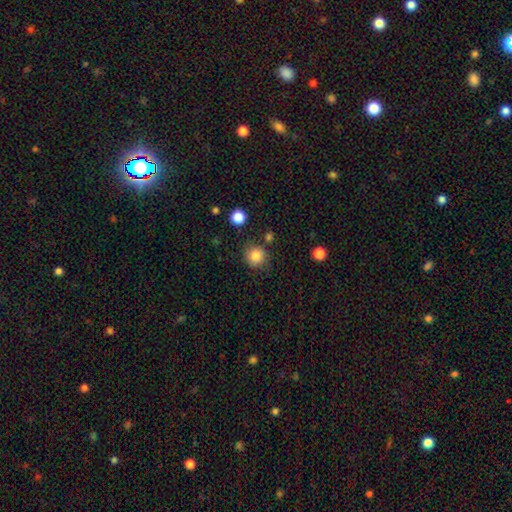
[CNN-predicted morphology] Overall: smooth (85%). How rounded: round (91%). Merging: none (80%).